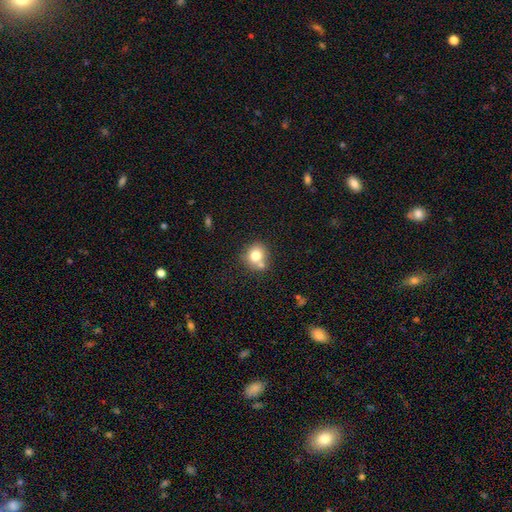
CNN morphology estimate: Smooth or featured? smooth (75%)
How rounded? round (83%)
Merging? none (58%)